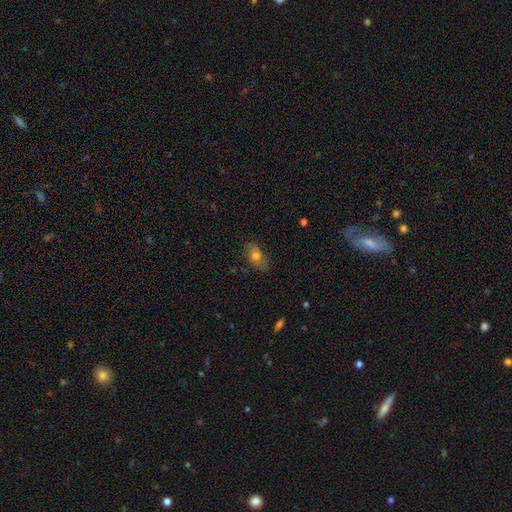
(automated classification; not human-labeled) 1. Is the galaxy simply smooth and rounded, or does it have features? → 62% smooth, 29% featured or disk, 10% star or artifact.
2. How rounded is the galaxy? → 81% in between, 13% round, 6% cigar-shaped.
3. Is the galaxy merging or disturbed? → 72% none, 21% minor disturbance, 6% major disturbance, 1% merger.